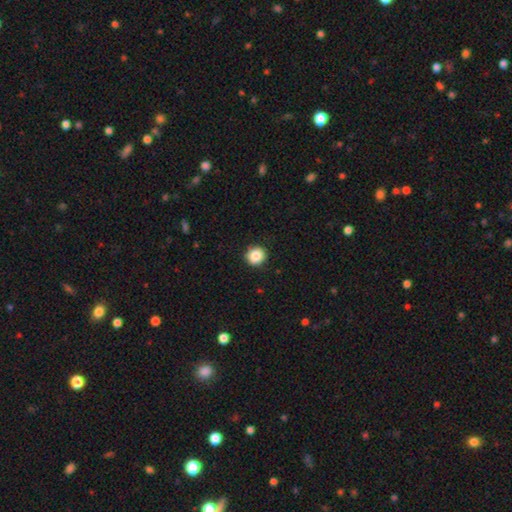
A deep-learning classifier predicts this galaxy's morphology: A smooth galaxy with no disk features (87%) that is round (90%).

Vote fractions:
- Smooth or featured? smooth: 87% / star or artifact: 9% / featured or disk: 4%
- How rounded? round: 90% / in between: 9% / cigar-shaped: 1%
- Merging? none: 89% / minor disturbance: 8% / major disturbance: 2% / merger: 1%